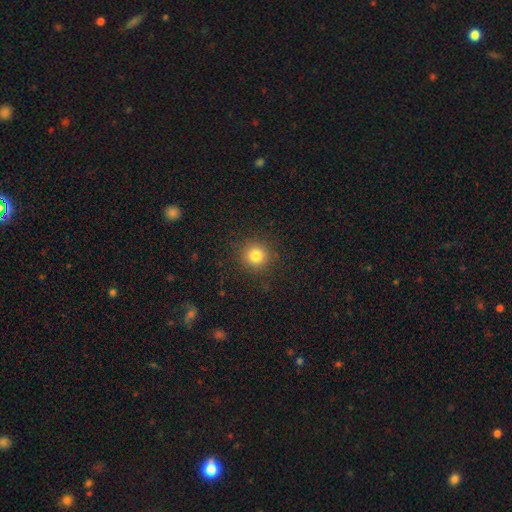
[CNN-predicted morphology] The model was most divided on "smooth or featured": smooth: 81%, star or artifact: 13%, featured or disk: 6%. More confident: how rounded — round (93%); merging — none (90%).